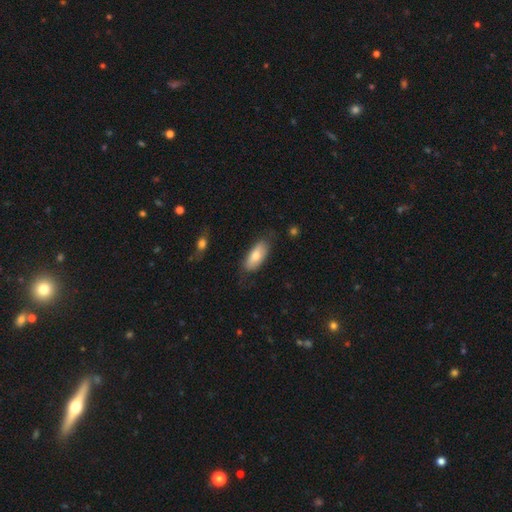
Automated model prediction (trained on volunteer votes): The model was most divided on "smooth or featured": smooth: 72%, featured or disk: 22%, star or artifact: 6%. More confident: how rounded — in between (82%); merging — none (74%).